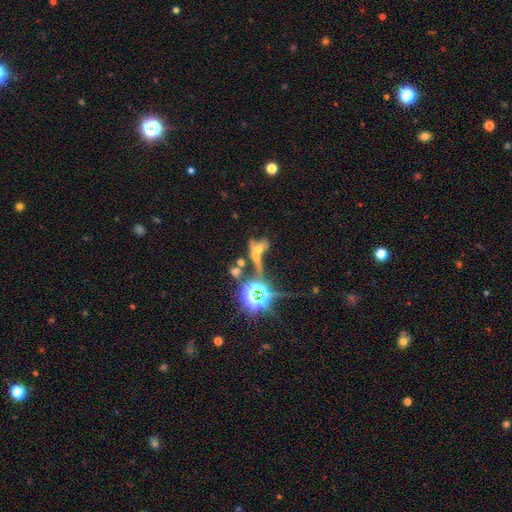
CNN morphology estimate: The model was most divided on "smooth or featured": star or artifact: 38%, smooth: 31%, featured or disk: 31%.